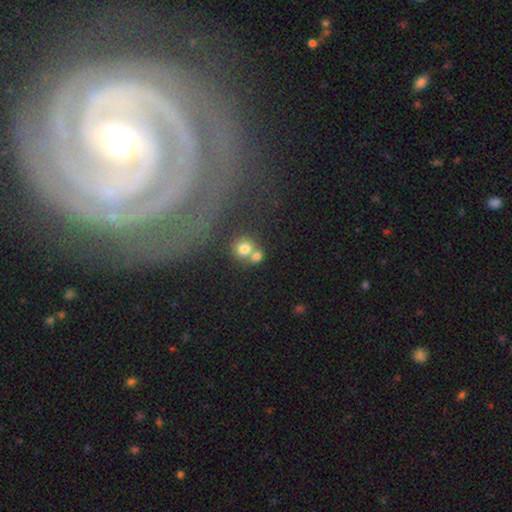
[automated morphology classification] This is likely a smooth galaxy (73%). How rounded: clearly round (84%). Merging: possibly none (47%).